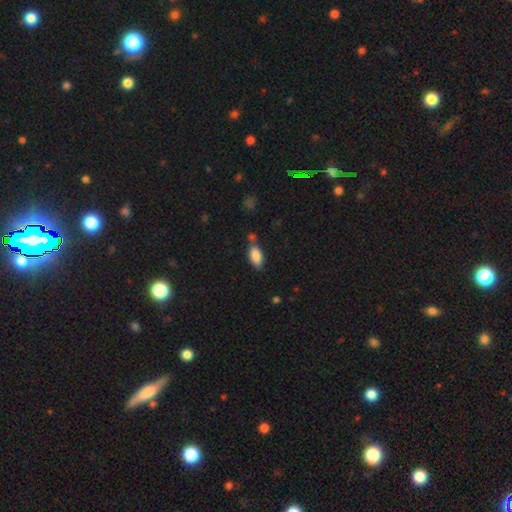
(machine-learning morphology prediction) smooth-or-featured: smooth: 86% | star or artifact: 7% | featured or disk: 7%
  how-rounded: in between: 91% | cigar-shaped: 7% | round: 3%
  merging: none: 65% | minor disturbance: 17% | merger: 14% | major disturbance: 4%